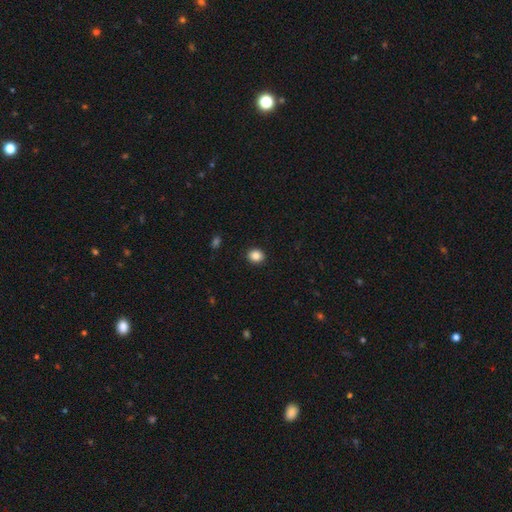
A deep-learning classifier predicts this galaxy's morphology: smooth_or_featured: smooth (p=0.86) [alt: star or artifact p=0.10]
how_rounded: round (p=0.70) [alt: in between p=0.29]
merging: none (p=0.91) [alt: minor disturbance p=0.06]